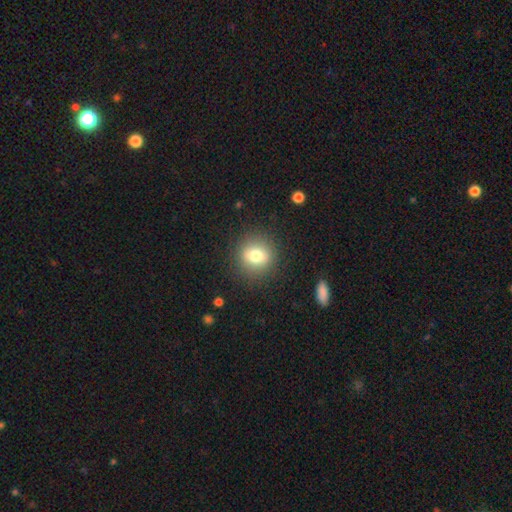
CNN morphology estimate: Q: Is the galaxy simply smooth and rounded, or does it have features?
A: smooth — 76%.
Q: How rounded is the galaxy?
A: round — 87%.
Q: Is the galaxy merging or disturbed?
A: none — 88%.